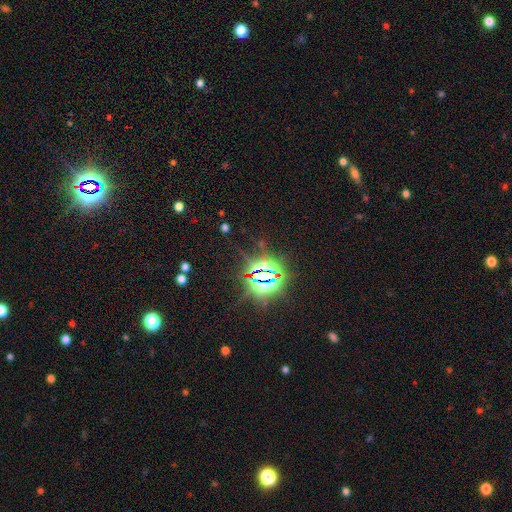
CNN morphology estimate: A star or artifact, not a galaxy (85%).